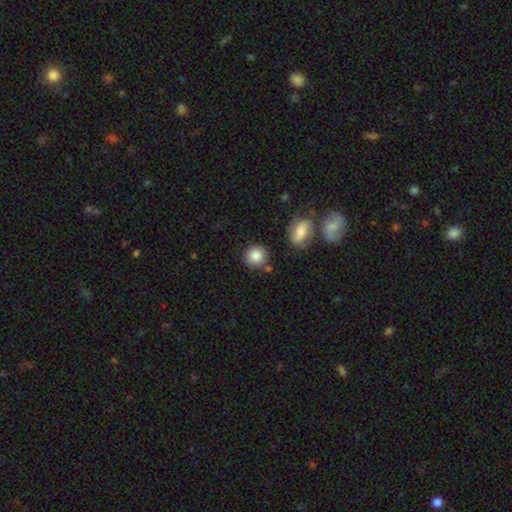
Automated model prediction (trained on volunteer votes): Morphology: type=smooth (84%); roundness=round (89%); merging=none (78%).